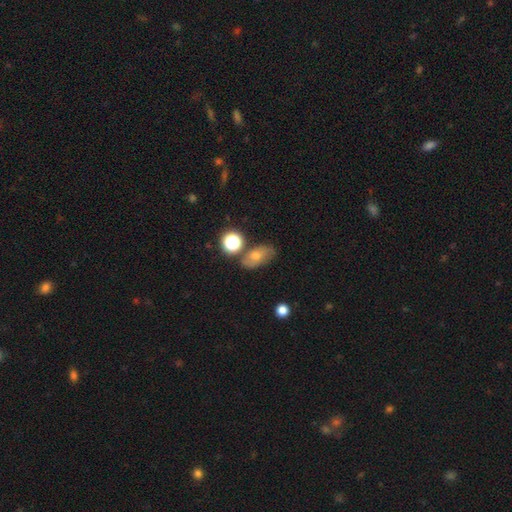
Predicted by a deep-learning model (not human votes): Smooth or featured: smooth — 49% (featured or disk — 30%)
Merging: none — 70% (minor disturbance — 16%)